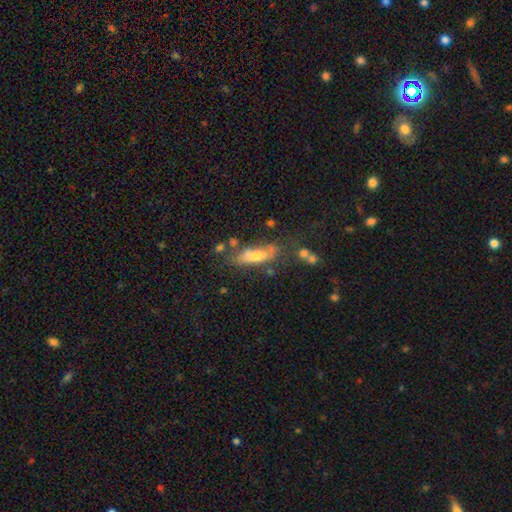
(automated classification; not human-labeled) This appears to be a smooth galaxy with no disk features (60%) that is cigar-shaped (51%). Merging: none (58%).